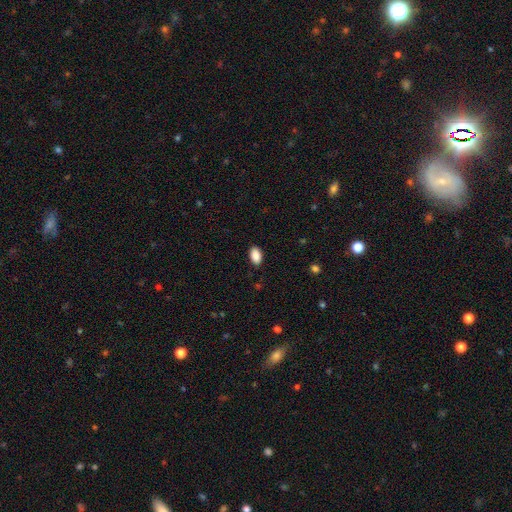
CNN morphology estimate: Smooth or featured? smooth (90%)
How rounded? in between (93%)
Merging? none (87%)